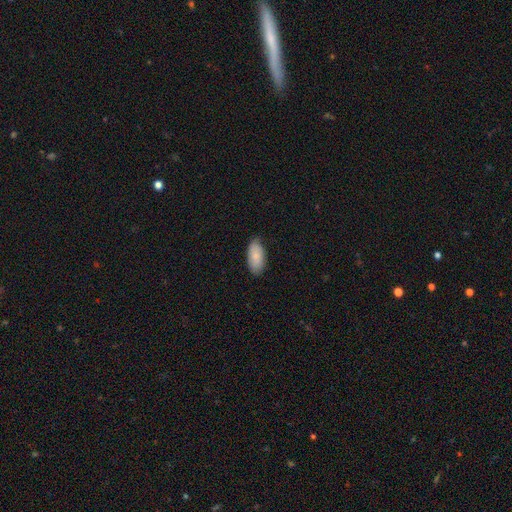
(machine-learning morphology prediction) This is clearly a smooth galaxy (84%). How rounded: clearly in between (93%). Merging: likely none (79%).